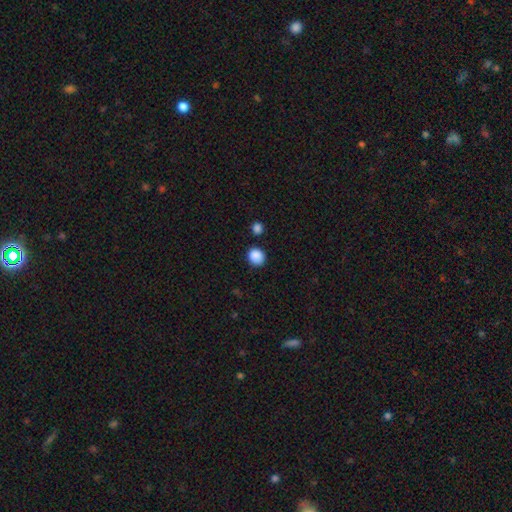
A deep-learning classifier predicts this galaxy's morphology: smooth-or-featured: smooth: 88% | star or artifact: 9% | featured or disk: 3%
  how-rounded: round: 79% | in between: 21% | cigar-shaped: 1%
  merging: none: 81% | minor disturbance: 12% | merger: 4% | major disturbance: 3%